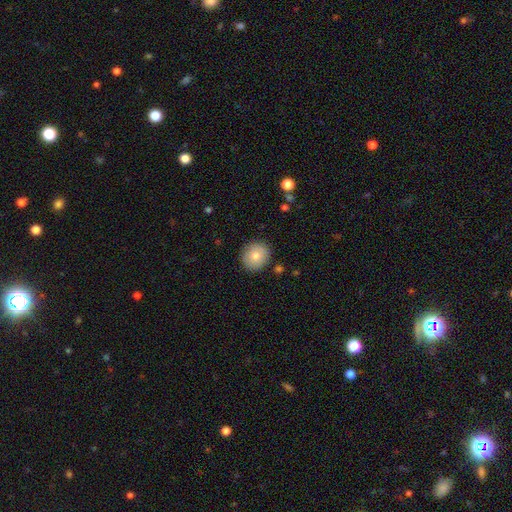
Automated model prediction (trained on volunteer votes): Smooth or featured?
  - smooth: 77% *
  - featured or disk: 14%
  - star or artifact: 8%
How rounded?
  - round: 85% *
  - in between: 14%
  - cigar-shaped: 1%
Merging?
  - none: 87% *
  - minor disturbance: 9%
  - major disturbance: 2%
  - merger: 1%